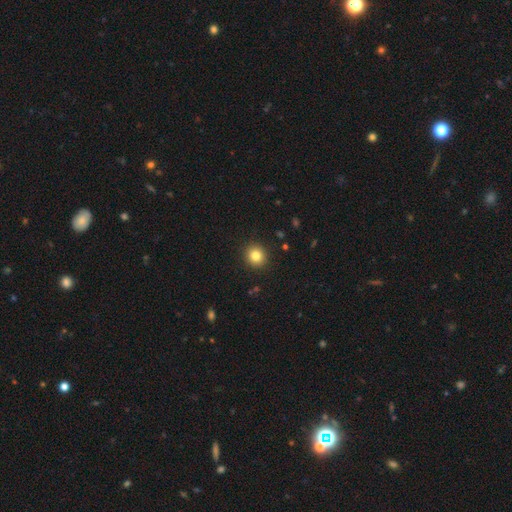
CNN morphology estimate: Smooth or featured? Predicted: smooth (p=0.83). How rounded? Predicted: round (p=0.90). Merging? Predicted: none (p=0.92).